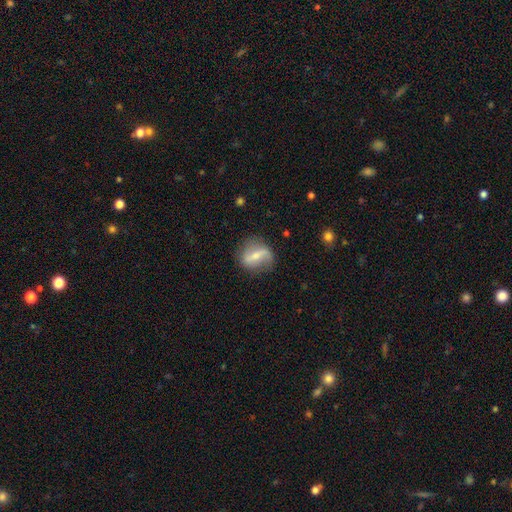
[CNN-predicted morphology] type=featured or disk (64%); edge-on=no (90%); bar=strong (57%); spiral arms=yes (71%); bulge=small (53%); merging=none (74%).